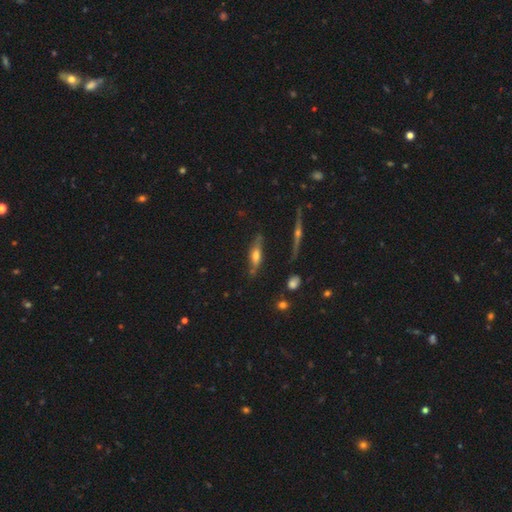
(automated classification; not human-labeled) Morphology: type=featured or disk (57%); edge-on=yes (85%); merging=none (69%).